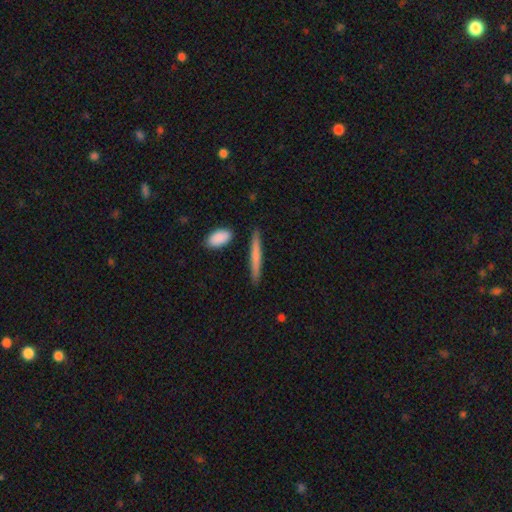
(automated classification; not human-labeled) Overall: smooth (68%). How rounded: cigar-shaped (93%). Merging: none (87%).